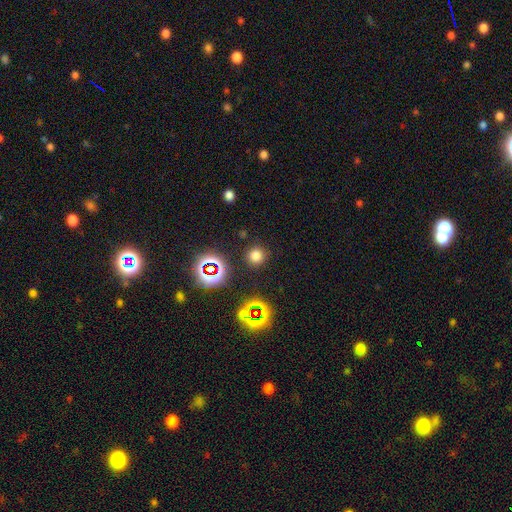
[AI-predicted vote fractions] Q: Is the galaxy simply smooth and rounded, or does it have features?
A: smooth — 71%.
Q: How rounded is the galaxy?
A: round — 93%.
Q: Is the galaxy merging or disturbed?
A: none — 88%.